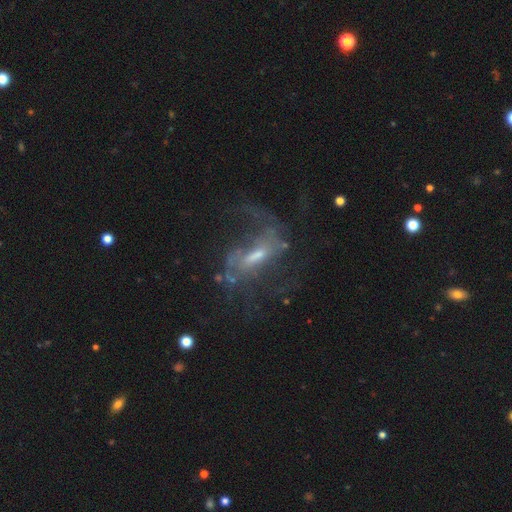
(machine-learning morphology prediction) Overall: featured or disk (79%). Edge-on disk: no (93%). Bar: weak (47%; strong 32%). Spiral arms: yes (83%). Spiral arm count: 2 (66%). Spiral winding: loose (64%; medium 28%). Bulge size: small (50%; moderate 36%). Merging: none (46%; major disturbance 32%).